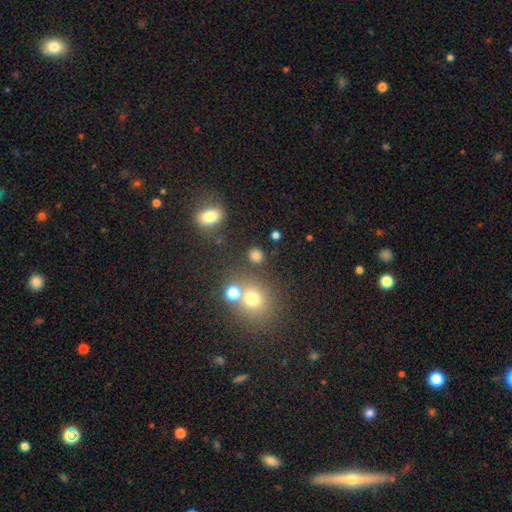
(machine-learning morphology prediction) Smooth or featured?
  - smooth: 75% *
  - star or artifact: 18%
  - featured or disk: 6%
How rounded?
  - round: 74% *
  - in between: 25%
  - cigar-shaped: 1%
Merging?
  - none: 78% *
  - merger: 9%
  - minor disturbance: 9%
  - major disturbance: 4%